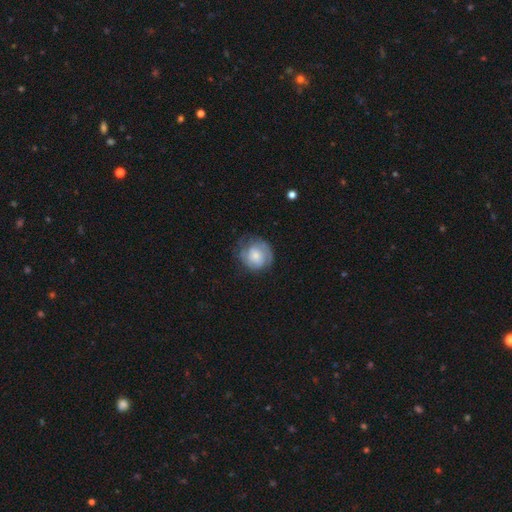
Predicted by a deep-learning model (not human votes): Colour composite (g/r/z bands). It shows a featured or disk galaxy (47%). Merging: none (60%).